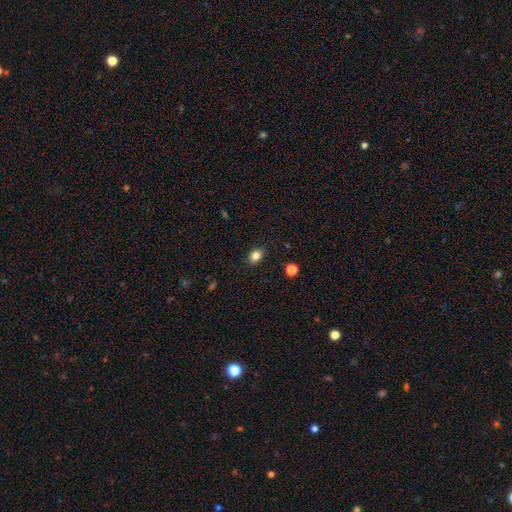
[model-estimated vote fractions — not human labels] This is clearly a smooth galaxy (84%). How rounded: likely in between (64%). Merging: clearly none (88%).